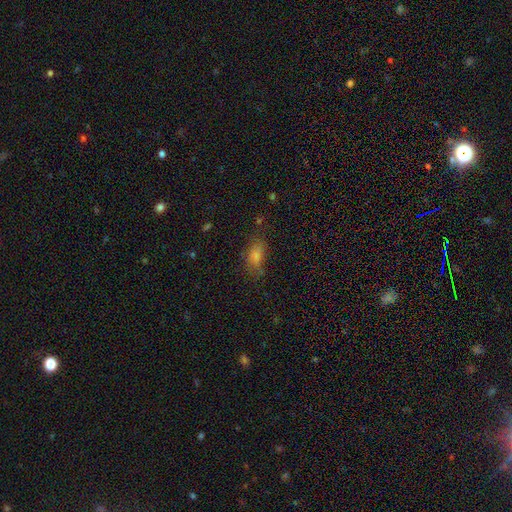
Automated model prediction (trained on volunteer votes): This is likely a smooth galaxy (67%). How rounded: clearly in between (81%). Merging: likely none (64%).